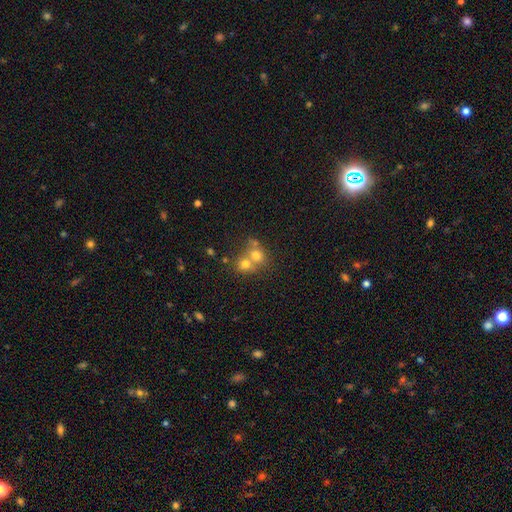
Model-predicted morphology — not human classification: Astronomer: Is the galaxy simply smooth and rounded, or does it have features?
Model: smooth — 67%.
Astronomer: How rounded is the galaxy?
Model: round — 74%.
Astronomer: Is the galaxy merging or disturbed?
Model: merger — 62%.